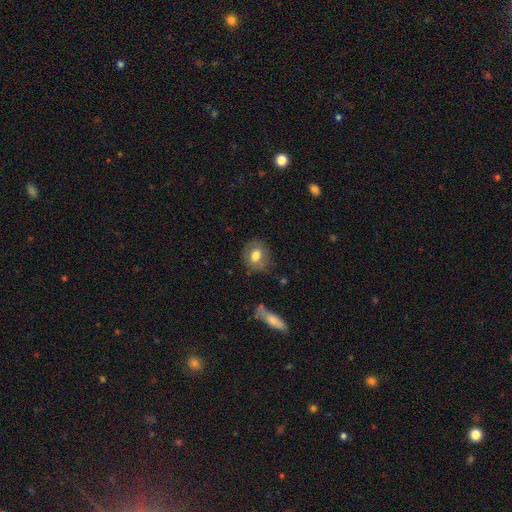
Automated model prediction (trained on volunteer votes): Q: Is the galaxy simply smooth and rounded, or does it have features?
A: smooth — 73%.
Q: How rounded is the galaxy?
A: round — 61%.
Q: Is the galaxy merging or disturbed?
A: none — 75%.